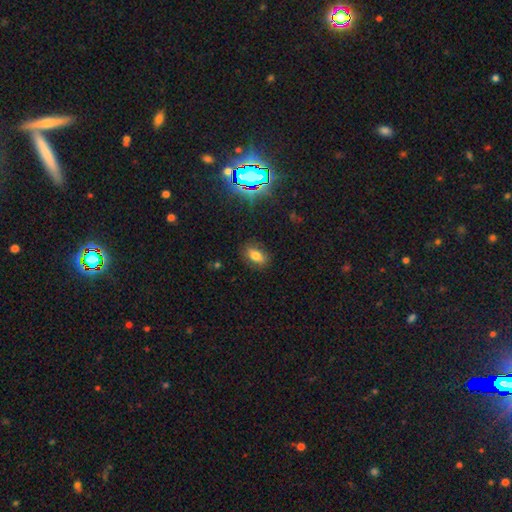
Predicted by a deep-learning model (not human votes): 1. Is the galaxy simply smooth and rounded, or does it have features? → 73% smooth, 17% star or artifact, 11% featured or disk.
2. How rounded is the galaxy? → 83% in between, 10% round, 7% cigar-shaped.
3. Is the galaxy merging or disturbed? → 85% none, 11% minor disturbance, 3% major disturbance, 1% merger.